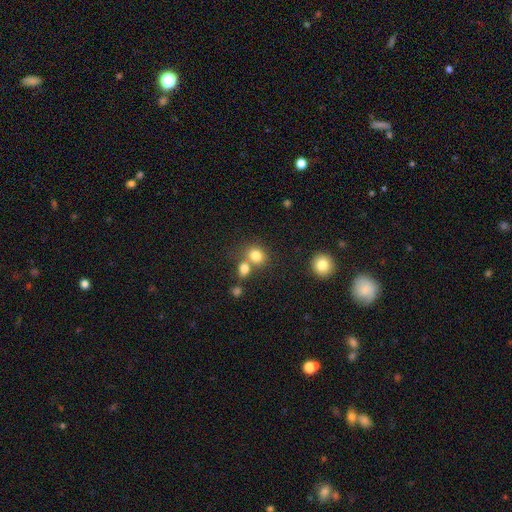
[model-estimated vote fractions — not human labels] Morphology: type=smooth (79%); roundness=round (69%); merging=none (51%).